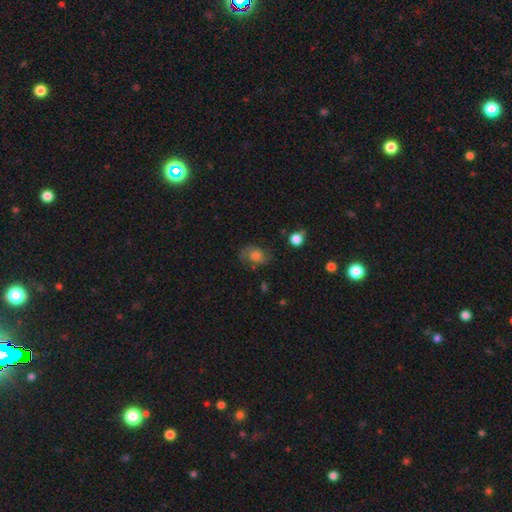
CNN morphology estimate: A smooth galaxy with no disk features (44%, tied with featured or disk). Merging: none (66%).